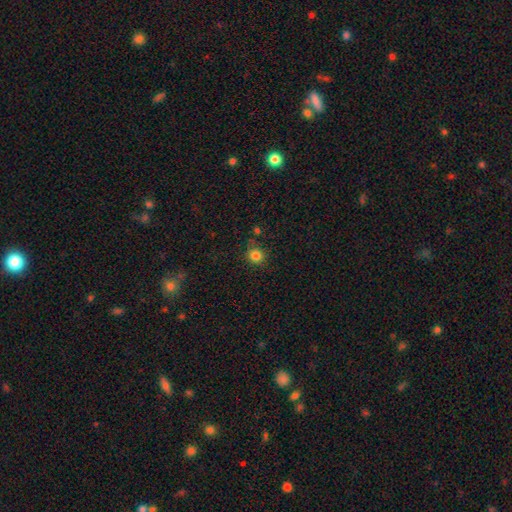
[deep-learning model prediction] A smooth galaxy with no disk features (82%) that is round (90%). Merging: none (81%).